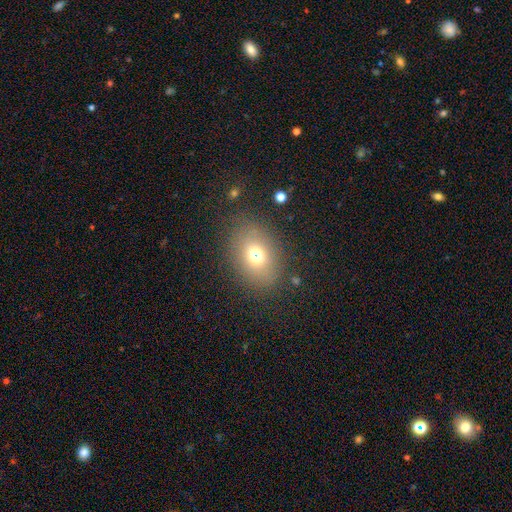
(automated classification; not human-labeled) smooth 67%, featured or disk 17%, star or artifact 17%. Down the decision tree: how rounded — in between (62%); merging — none (75%).